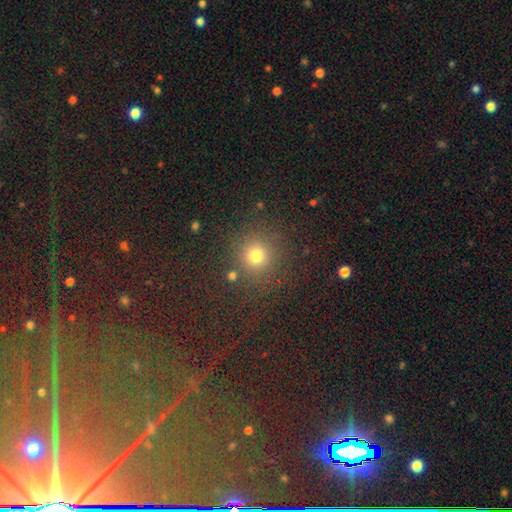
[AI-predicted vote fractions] Smooth or featured? Predicted: smooth (p=0.72). How rounded? Predicted: round (p=0.92). Merging? Predicted: none (p=0.83).